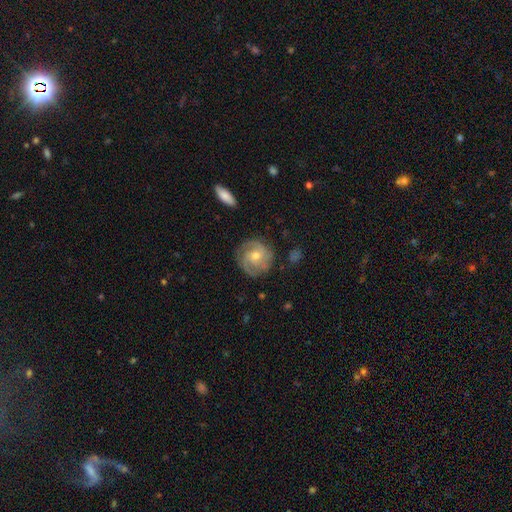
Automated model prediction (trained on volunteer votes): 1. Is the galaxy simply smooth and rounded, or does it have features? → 79% featured or disk, 15% smooth, 6% star or artifact.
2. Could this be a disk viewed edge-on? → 98% no, 2% yes.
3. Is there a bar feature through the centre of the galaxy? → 65% no, 30% weak, 5% strong.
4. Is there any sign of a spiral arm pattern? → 95% yes, 5% no.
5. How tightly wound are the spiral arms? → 56% tight, 36% medium, 8% loose.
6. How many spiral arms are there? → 43% 3, 24% 2, 16% can't tell, 8% 4, 5% 1, 4% more than 4.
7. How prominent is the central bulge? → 60% moderate, 34% small, 3% large, 1% none, 1% dominant.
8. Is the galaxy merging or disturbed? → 80% none, 15% minor disturbance, 4% major disturbance, 1% merger.